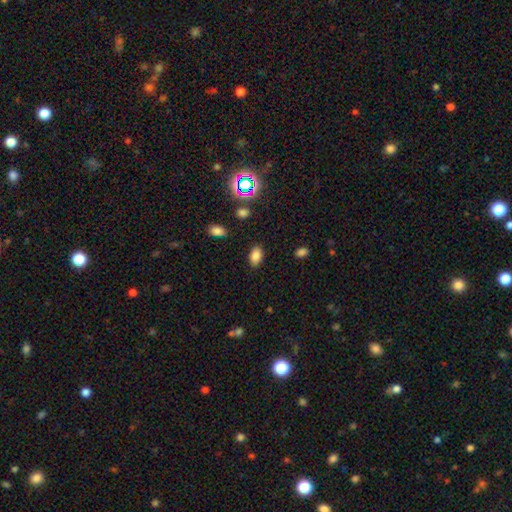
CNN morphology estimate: Smooth or featured: smooth — 81% (star or artifact — 12%)
How rounded: in between — 89% (round — 9%)
Merging: none — 86% (minor disturbance — 10%)